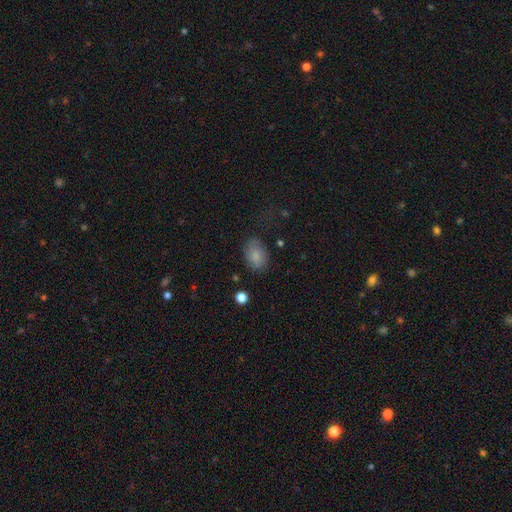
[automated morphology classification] smooth 84%, star or artifact 8%, featured or disk 8%. Down the decision tree: how rounded — in between (81%); merging — none (77%).